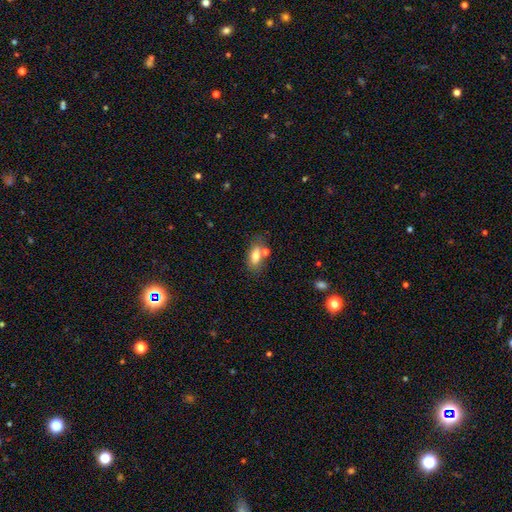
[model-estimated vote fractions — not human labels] This is likely a smooth galaxy (73%). How rounded: clearly in between (84%). Merging: possibly none (59%).